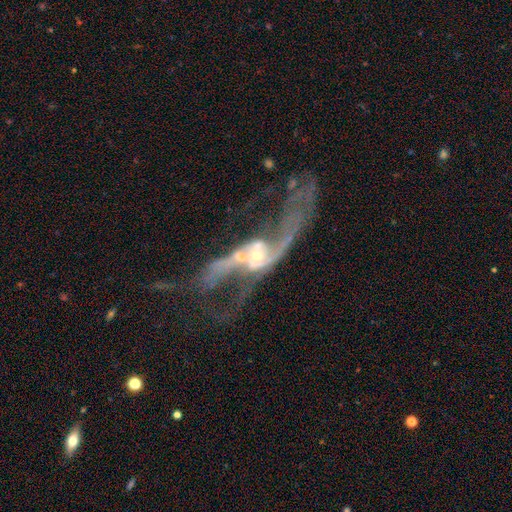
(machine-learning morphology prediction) Smooth or featured? featured or disk (86%)
Edge-on disk? no (93%)
Bar? no (44%)
Spiral arms? yes (87%)
Spiral winding? loose (82%)
Spiral arm count? 2 (85%)
Bulge size? small (48%)
Merging? merger (41%)